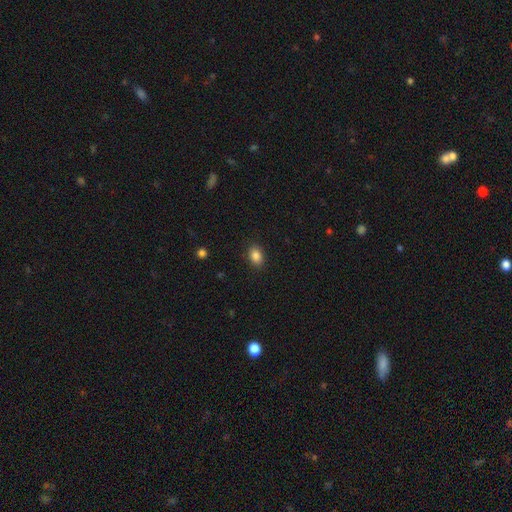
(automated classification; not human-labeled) Smooth or featured? smooth (86%)
How rounded? in between (75%)
Merging? none (88%)